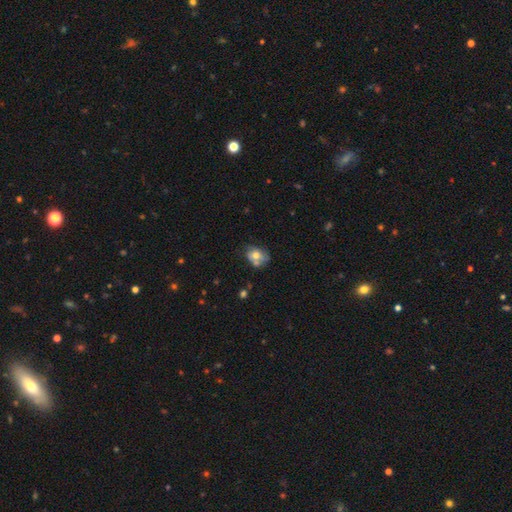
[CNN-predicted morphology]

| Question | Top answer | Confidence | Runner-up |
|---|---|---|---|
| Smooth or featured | smooth | 60% | featured or disk (30%) |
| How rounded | in between | 56% | round (43%) |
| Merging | none | 40% | minor disturbance (26%) |